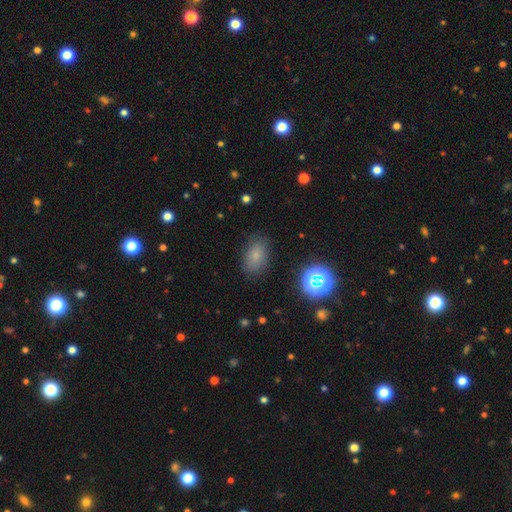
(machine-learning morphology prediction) Smooth or featured: smooth — 75% (star or artifact — 17%)
How rounded: in between — 87% (round — 11%)
Merging: none — 81% (minor disturbance — 13%)